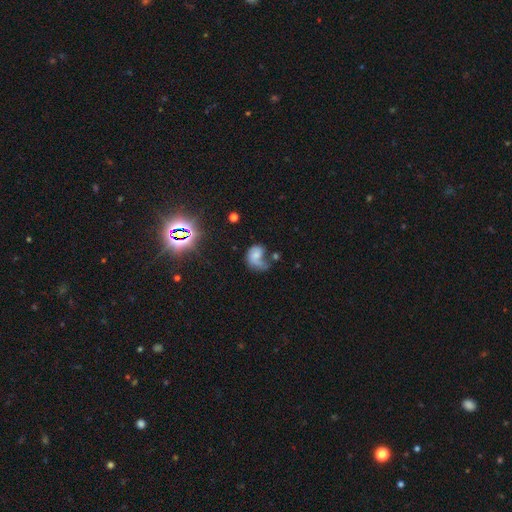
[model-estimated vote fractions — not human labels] Smooth or featured: smooth — 44% (featured or disk — 42%)
Merging: major disturbance — 44% (none — 24%)